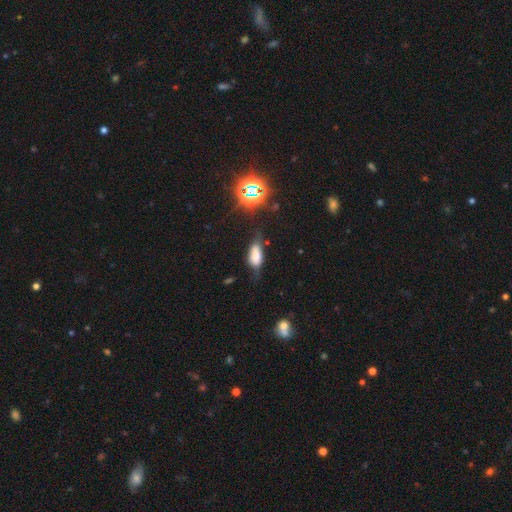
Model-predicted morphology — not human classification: A smooth galaxy with no disk features (64%) that is in between round and cigar-shaped (80%).

Vote fractions:
- Smooth or featured? smooth: 64% / featured or disk: 21% / star or artifact: 15%
- How rounded? in between: 80% / cigar-shaped: 16% / round: 4%
- Merging? none: 45% / minor disturbance: 34% / major disturbance: 16% / merger: 5%